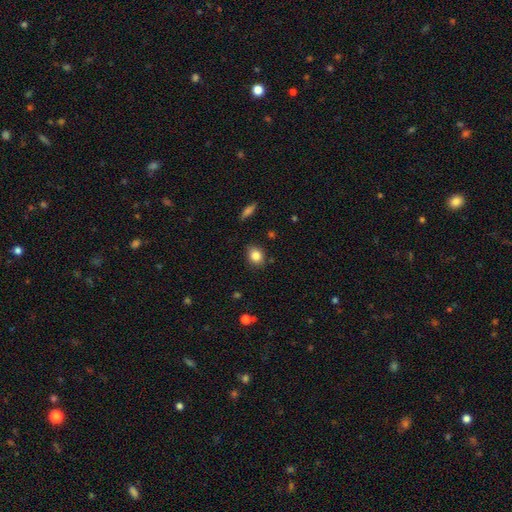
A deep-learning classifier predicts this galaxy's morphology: A smooth galaxy with no disk features (84%) that is round (52%). Merging: none (85%).